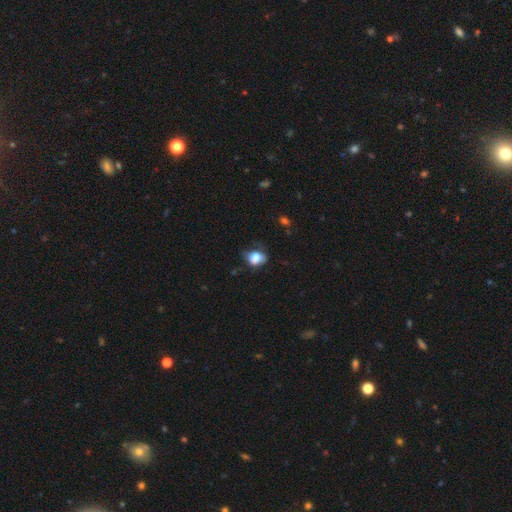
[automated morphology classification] This appears to be a smooth galaxy with no disk features (79%) that is in between round and cigar-shaped (56%). Merging: none (43%).